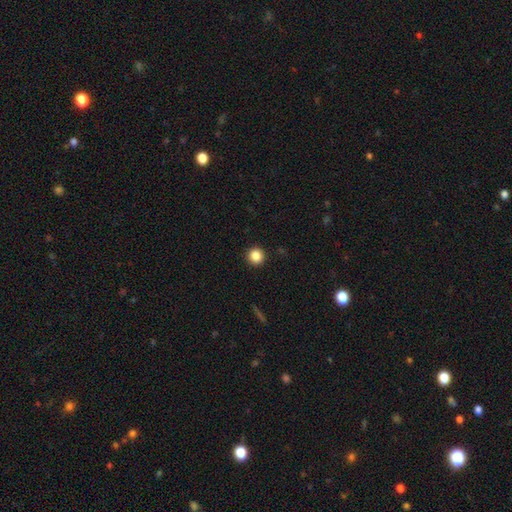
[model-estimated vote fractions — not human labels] Overall: smooth (85%). How rounded: round (95%). Merging: none (93%).